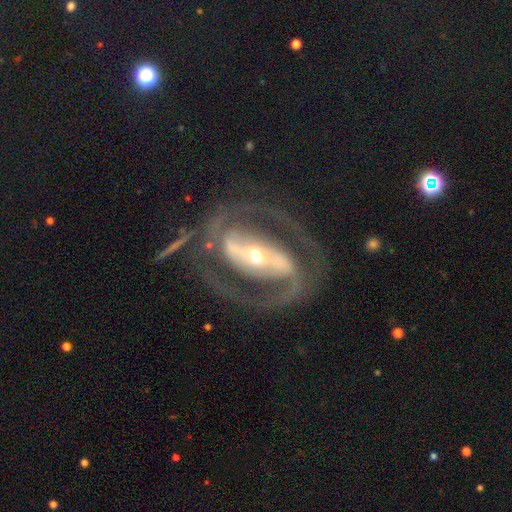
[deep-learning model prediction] This is clearly a featured or disk galaxy (90%). It is clearly not viewed edge-on (96%). Bar: likely strong (69%). Spiral arm pattern: clearly yes (90%). Spiral arm count: clearly 2 (90%). Spiral winding: possibly medium (54%). Central bulge: likely moderate (60%). Merging: likely none (74%).